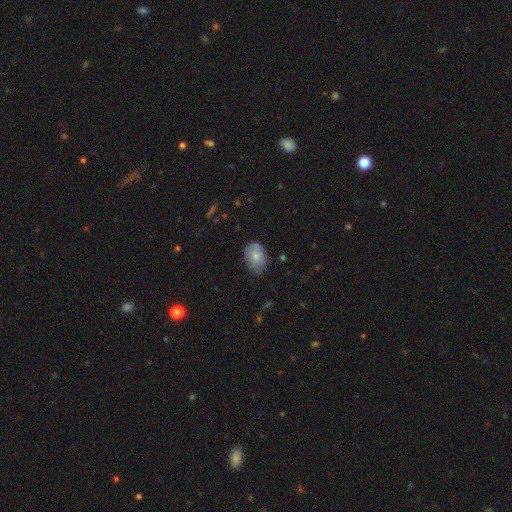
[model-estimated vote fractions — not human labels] A smooth galaxy with no disk features (73%) that is in between round and cigar-shaped (82%).

Vote fractions:
- Smooth or featured? smooth: 73% / featured or disk: 20% / star or artifact: 7%
- How rounded? in between: 82% / round: 17% / cigar-shaped: 1%
- Merging? none: 70% / minor disturbance: 24% / major disturbance: 5% / merger: 1%